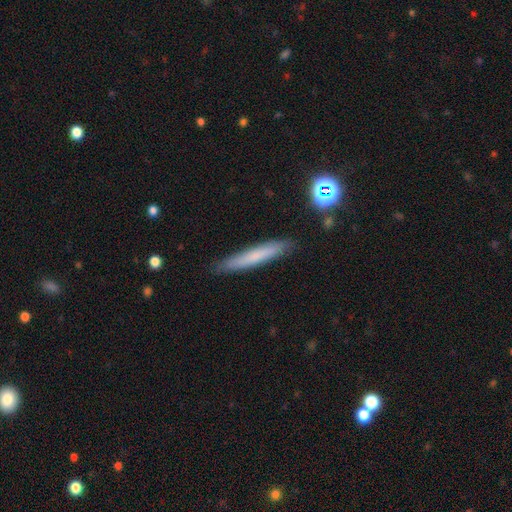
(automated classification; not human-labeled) Smooth or featured?
  - smooth: 67% *
  - featured or disk: 25%
  - star or artifact: 8%
How rounded?
  - cigar-shaped: 95% *
  - in between: 4%
  - round: 1%
Merging?
  - none: 88% *
  - minor disturbance: 9%
  - major disturbance: 2%
  - merger: 1%